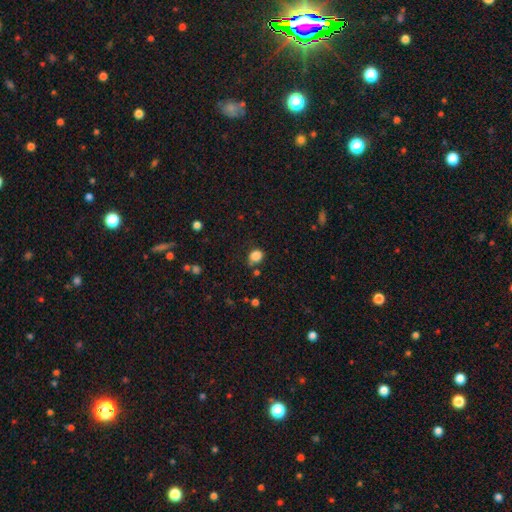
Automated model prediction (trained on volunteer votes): A smooth galaxy with no disk features (85%) that is round (51%). Merging: none (67%).